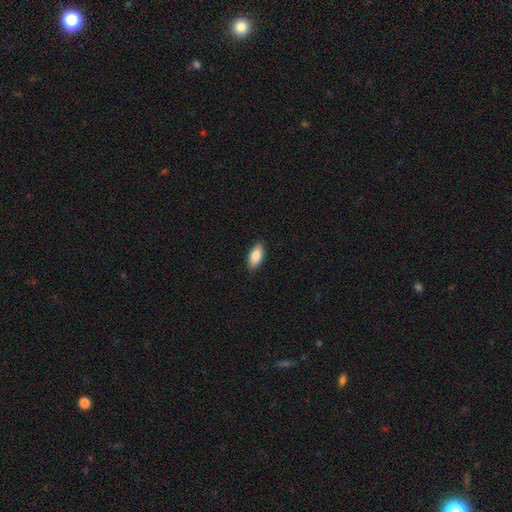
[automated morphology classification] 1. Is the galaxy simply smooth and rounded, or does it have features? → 88% smooth, 6% featured or disk, 6% star or artifact.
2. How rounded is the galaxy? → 90% in between, 8% cigar-shaped, 2% round.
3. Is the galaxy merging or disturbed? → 89% none, 8% minor disturbance, 2% major disturbance, 1% merger.